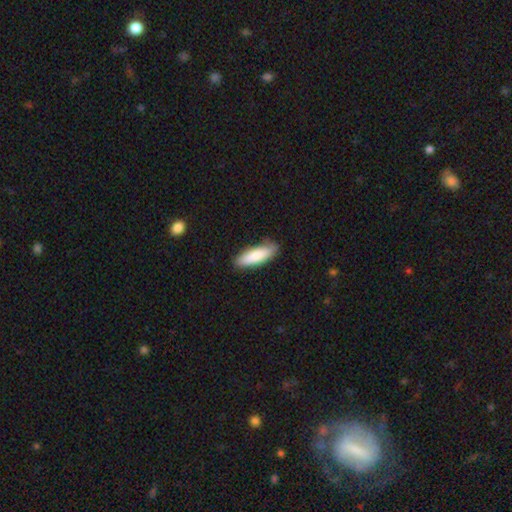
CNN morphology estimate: A smooth galaxy with no disk features (85%) that is in between round and cigar-shaped (51%).

Vote fractions:
- Smooth or featured? smooth: 85% / featured or disk: 10% / star or artifact: 5%
- How rounded? in between: 51% / cigar-shaped: 47% / round: 2%
- Merging? none: 84% / minor disturbance: 12% / major disturbance: 2% / merger: 1%